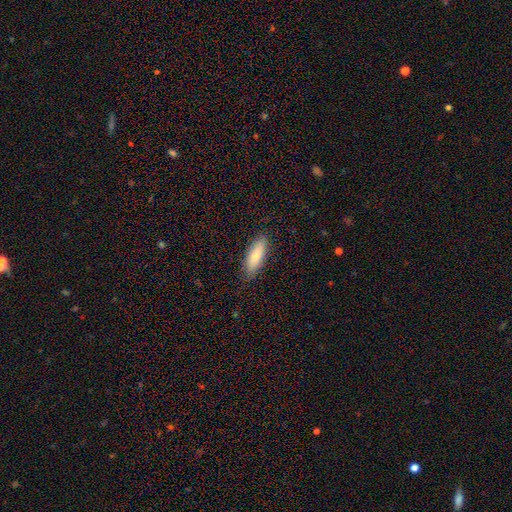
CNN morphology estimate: smooth_or_featured: smooth (p=0.80) [alt: featured or disk p=0.14]
how_rounded: in between (p=0.61) [alt: cigar-shaped p=0.37]
merging: none (p=0.85) [alt: minor disturbance p=0.11]